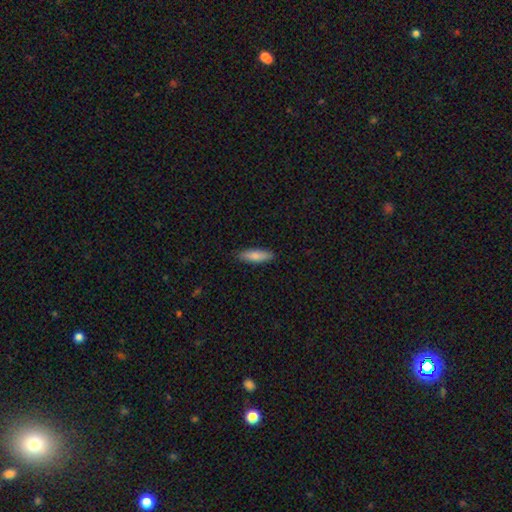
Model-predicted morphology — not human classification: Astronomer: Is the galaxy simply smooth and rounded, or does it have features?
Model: smooth — 82%.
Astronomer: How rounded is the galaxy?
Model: cigar-shaped — 53% (runner-up: in between, 46%).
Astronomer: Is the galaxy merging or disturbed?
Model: none — 89%.